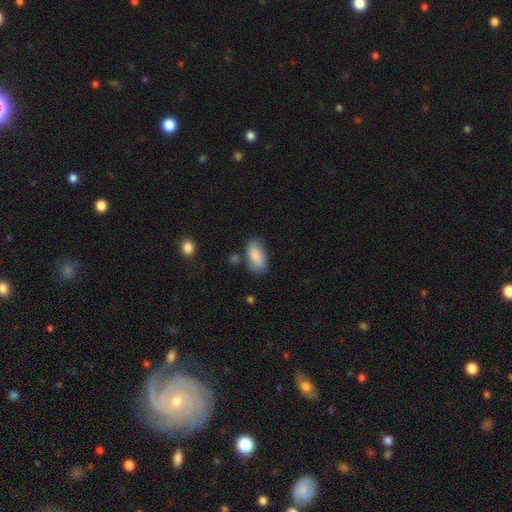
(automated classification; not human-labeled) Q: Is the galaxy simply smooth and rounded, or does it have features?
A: smooth — 83%.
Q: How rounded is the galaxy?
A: in between — 93%.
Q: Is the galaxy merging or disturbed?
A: none — 64%.